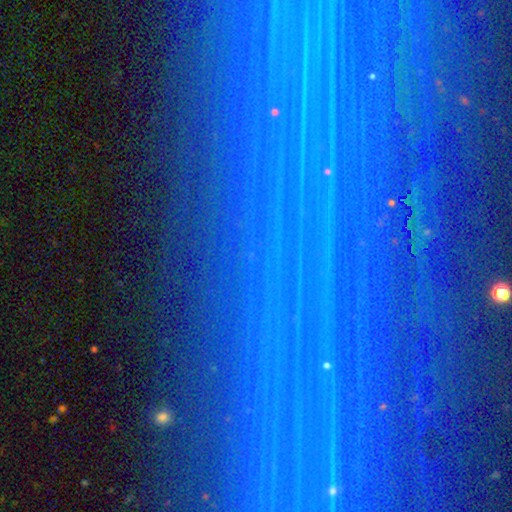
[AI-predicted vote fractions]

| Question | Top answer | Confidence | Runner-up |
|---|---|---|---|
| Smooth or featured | star or artifact | 81% | featured or disk (10%) |